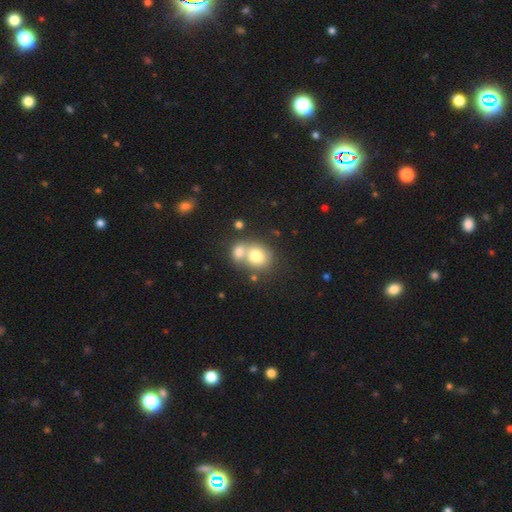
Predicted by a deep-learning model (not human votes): Overall: smooth (75%). How rounded: round (65%; in between 34%). Merging: merger (56%; none 33%).